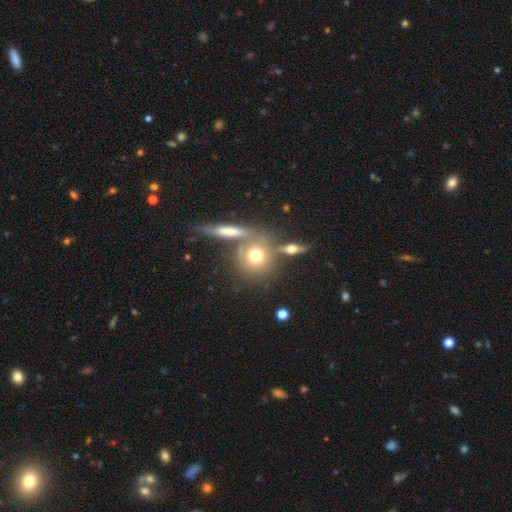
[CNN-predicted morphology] Smooth or featured: smooth — 64% (featured or disk — 25%)
How rounded: round — 81% (in between — 15%)
Merging: none — 58% (merger — 26%)